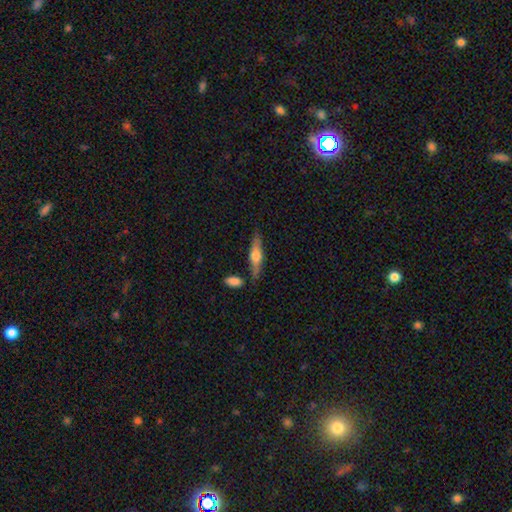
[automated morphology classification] Smooth or featured? Predicted: featured or disk (p=0.55). Edge-on disk? Predicted: yes (p=0.93). Edge-on bulge? Predicted: rounded (p=0.89). Merging? Predicted: none (p=0.76).